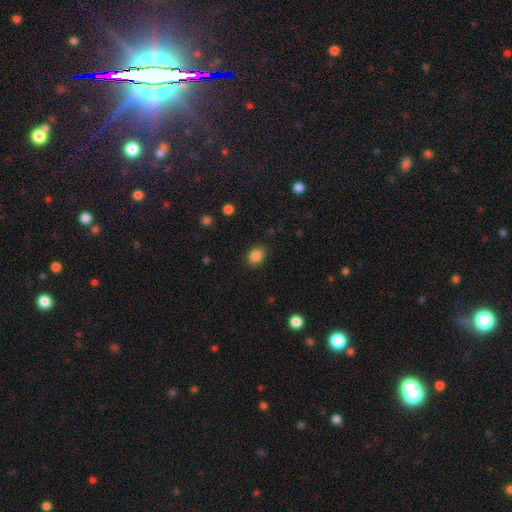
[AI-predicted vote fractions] Smooth or featured? Predicted: smooth (p=0.86). How rounded? Predicted: in between (p=0.55). Merging? Predicted: none (p=0.86).